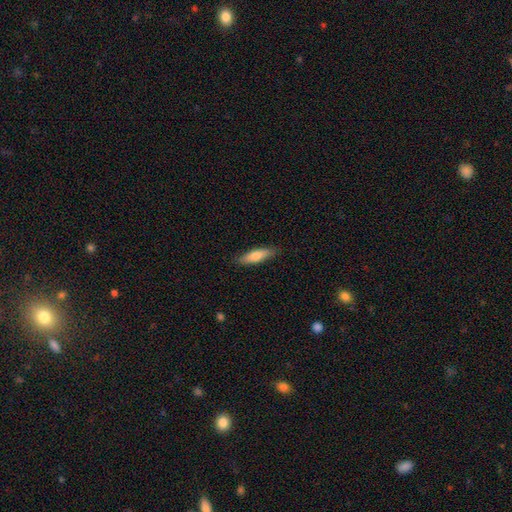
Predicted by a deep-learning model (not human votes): Smooth or featured: smooth — 72% (featured or disk — 22%)
How rounded: cigar-shaped — 65% (in between — 34%)
Merging: none — 86% (minor disturbance — 11%)